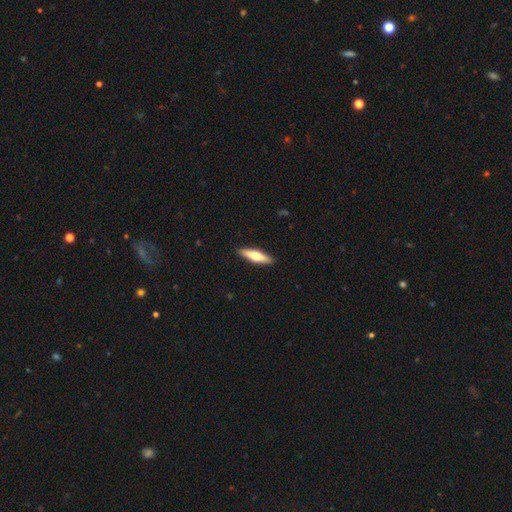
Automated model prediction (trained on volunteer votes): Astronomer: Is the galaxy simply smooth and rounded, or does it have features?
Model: featured or disk — 49% (runner-up: smooth, 45%).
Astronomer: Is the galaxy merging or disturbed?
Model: none — 91%.